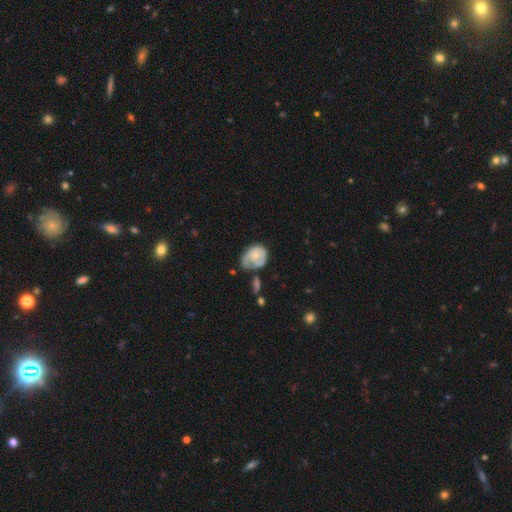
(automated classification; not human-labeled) Smooth or featured: featured or disk — 51% (smooth — 43%)
Edge-on disk: no — 97% (yes — 3%)
Merging: minor disturbance — 36% (none — 29%)